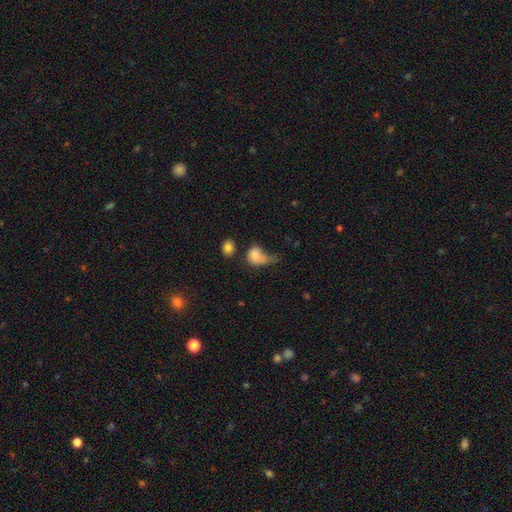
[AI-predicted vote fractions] Smooth or featured: smooth — 78% (featured or disk — 13%)
How rounded: in between — 59% (round — 39%)
Merging: major disturbance — 46% (minor disturbance — 24%)